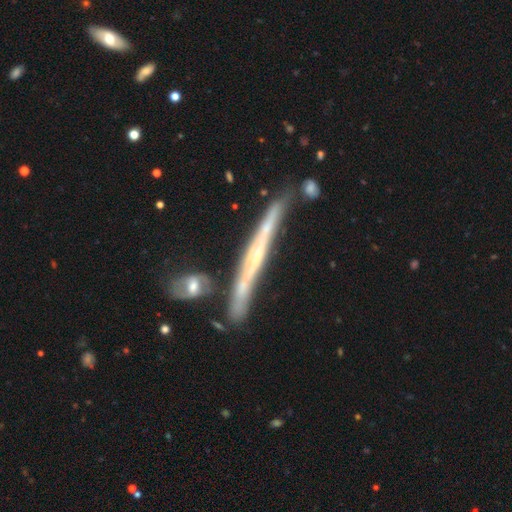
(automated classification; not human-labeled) Smooth or featured? featured or disk (73%)
Edge-on disk? yes (94%)
Edge-on bulge? none (71%)
Merging? none (73%)